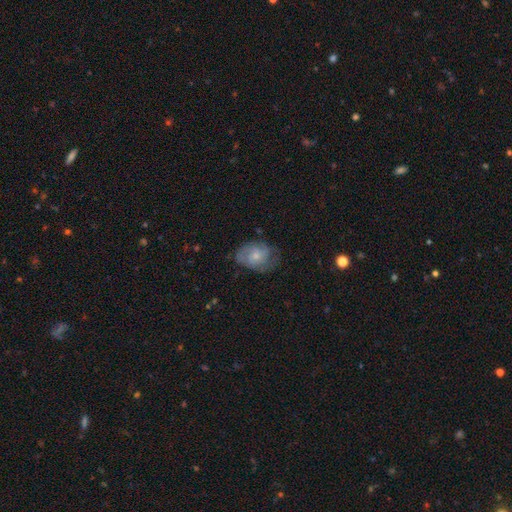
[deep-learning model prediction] Smooth or featured? featured or disk (53%)
Edge-on disk? no (97%)
Bar? no (73%)
Spiral arms? yes (79%)
Bulge size? small (64%)
Merging? none (57%)